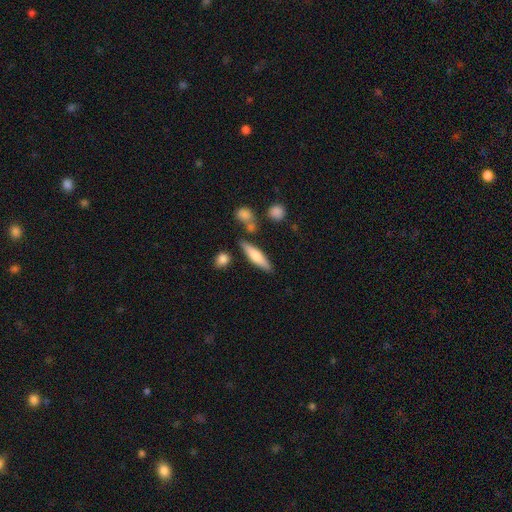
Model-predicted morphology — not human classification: smooth 60%, featured or disk 34%, star or artifact 6%. Down the decision tree: how rounded — cigar-shaped (73%); merging — none (78%).